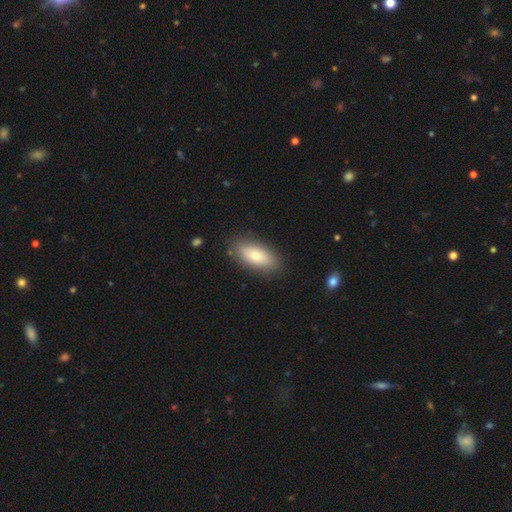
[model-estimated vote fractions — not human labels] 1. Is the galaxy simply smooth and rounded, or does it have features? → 78% smooth, 15% featured or disk, 7% star or artifact.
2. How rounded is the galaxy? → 88% in between, 9% cigar-shaped, 3% round.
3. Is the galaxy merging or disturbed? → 85% none, 11% minor disturbance, 3% major disturbance, 2% merger.